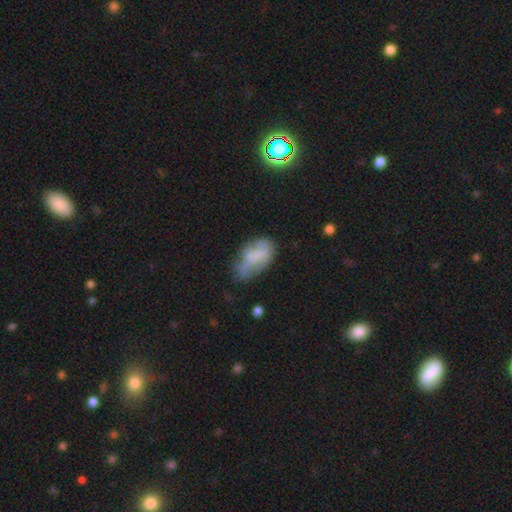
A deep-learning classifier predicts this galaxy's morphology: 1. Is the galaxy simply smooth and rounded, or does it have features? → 61% smooth, 29% featured or disk, 10% star or artifact.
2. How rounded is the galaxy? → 91% in between, 5% round, 4% cigar-shaped.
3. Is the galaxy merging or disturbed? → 38% none, 36% minor disturbance, 21% major disturbance, 5% merger.